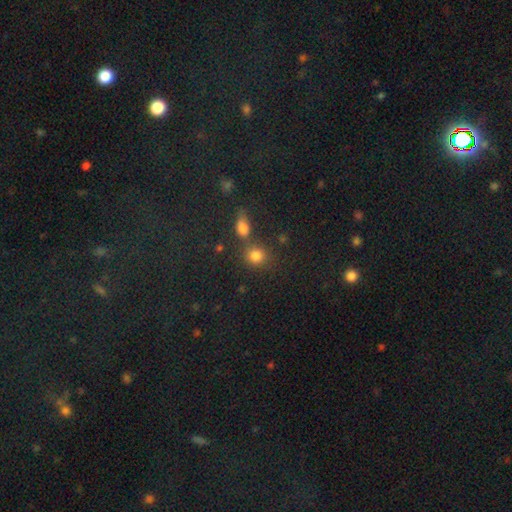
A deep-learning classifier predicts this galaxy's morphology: smooth_or_featured: smooth (p=0.79) [alt: star or artifact p=0.14]
how_rounded: round (p=0.80) [alt: in between p=0.18]
merging: none (p=0.63) [alt: merger p=0.22]